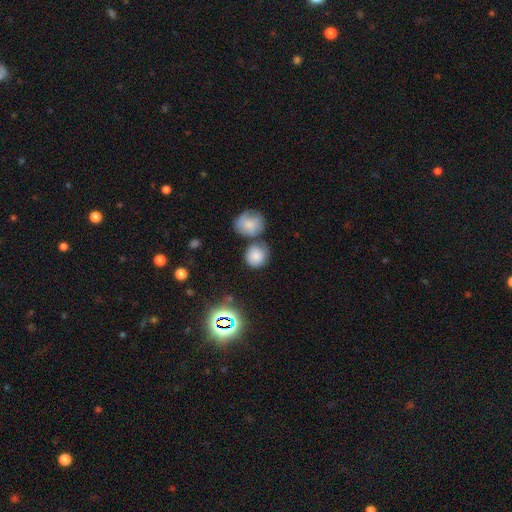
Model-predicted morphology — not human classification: smooth_or_featured: smooth (p=0.79) [alt: star or artifact p=0.12]
how_rounded: round (p=0.84) [alt: in between p=0.15]
merging: none (p=0.57) [alt: merger p=0.23]